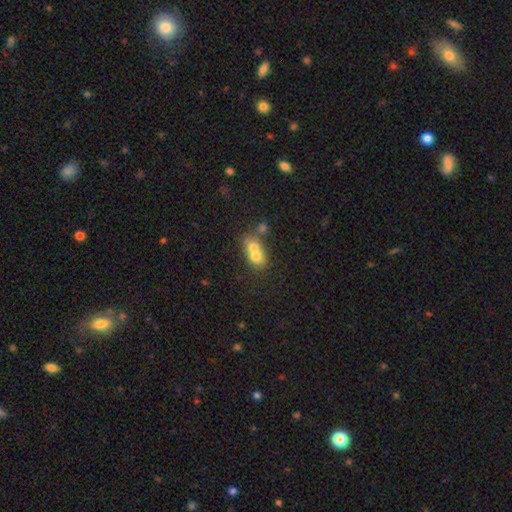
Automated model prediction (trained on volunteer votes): This appears to be a smooth galaxy with no disk features (66%) that is in between round and cigar-shaped (53%). Merging: merger (70%).